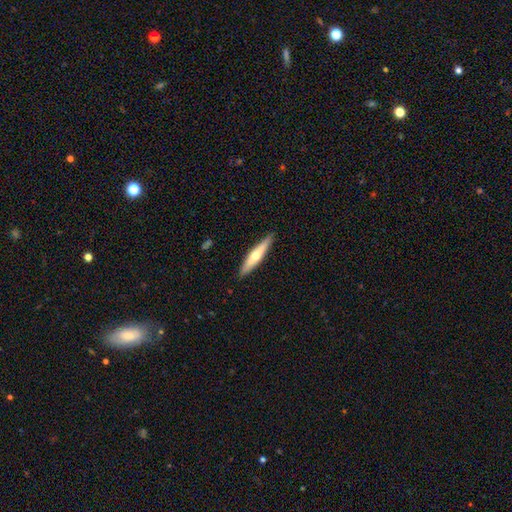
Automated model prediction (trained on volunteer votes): The model was most divided on "smooth or featured": featured or disk: 49%, smooth: 46%, star or artifact: 5%. More confident: merging — none (89%).